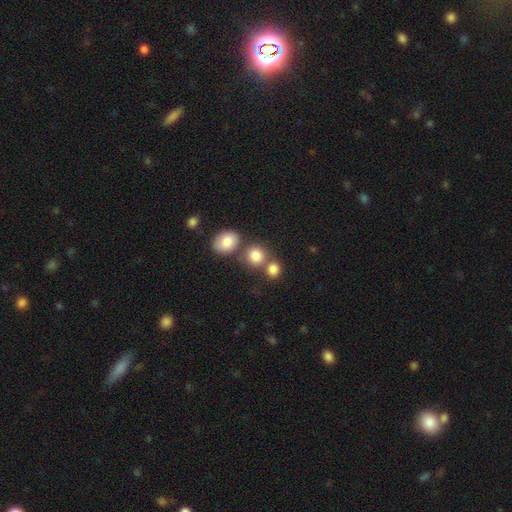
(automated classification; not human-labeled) smooth-or-featured: smooth: 83% | star or artifact: 10% | featured or disk: 7%
  how-rounded: round: 78% | in between: 21% | cigar-shaped: 1%
  merging: none: 57% | merger: 30% | minor disturbance: 9% | major disturbance: 4%